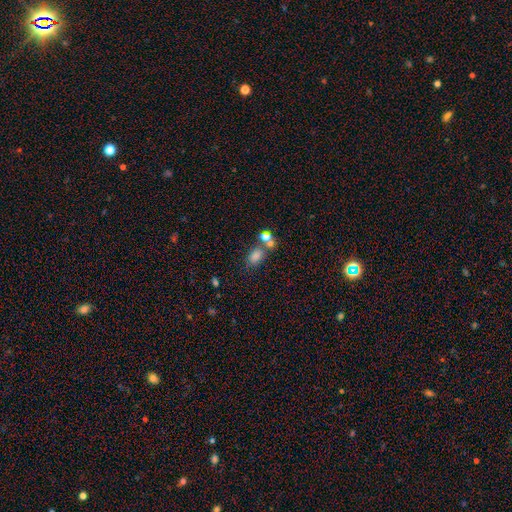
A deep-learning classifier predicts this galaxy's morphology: Overall: smooth (72%). How rounded: in between (76%). Merging: none (55%; merger 26%).